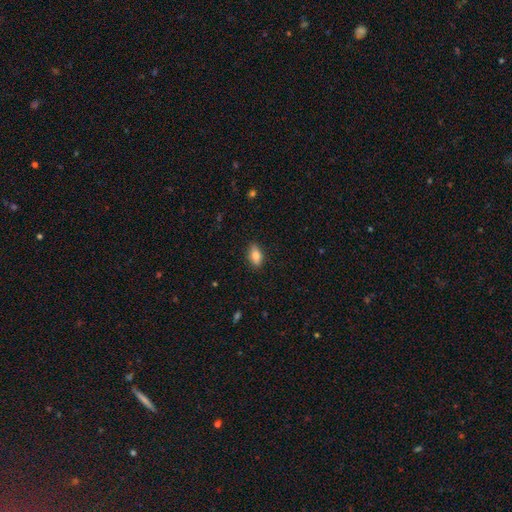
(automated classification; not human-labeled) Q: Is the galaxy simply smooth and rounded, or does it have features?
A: smooth — 83%.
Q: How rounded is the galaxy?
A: in between — 88%.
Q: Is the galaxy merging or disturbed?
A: none — 82%.